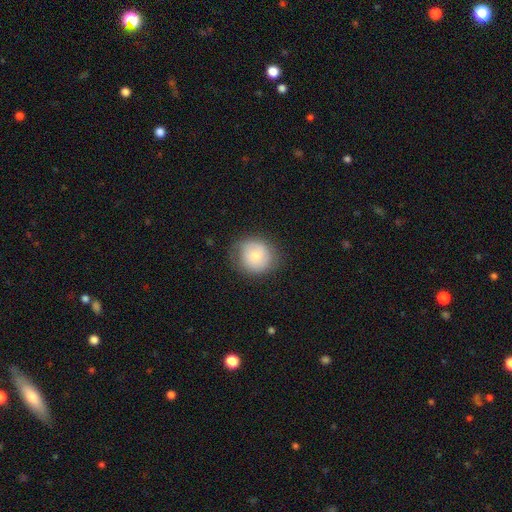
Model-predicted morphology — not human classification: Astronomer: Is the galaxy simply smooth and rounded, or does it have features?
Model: smooth — 73%.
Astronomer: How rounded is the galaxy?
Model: round — 86%.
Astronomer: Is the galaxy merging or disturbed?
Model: none — 75%.